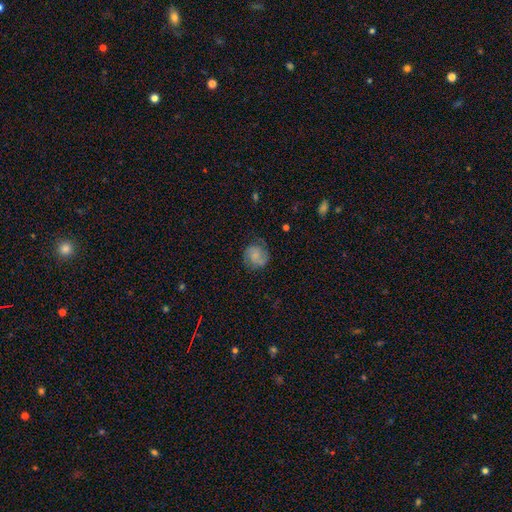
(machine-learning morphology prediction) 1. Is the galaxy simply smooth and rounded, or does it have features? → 46% smooth, 45% featured or disk, 9% star or artifact.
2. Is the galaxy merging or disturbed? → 71% none, 19% minor disturbance, 8% major disturbance, 1% merger.